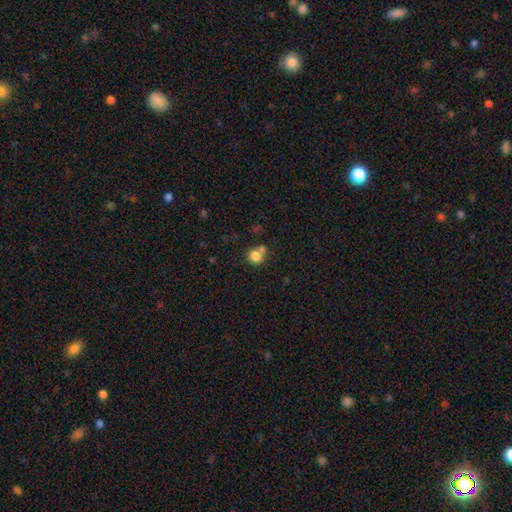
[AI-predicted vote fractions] Q: Smooth or featured?
A: smooth (80%); runner-up: star or artifact (11%)
Q: How rounded?
A: round (83%); runner-up: in between (16%)
Q: Merging?
A: none (51%); runner-up: merger (34%)